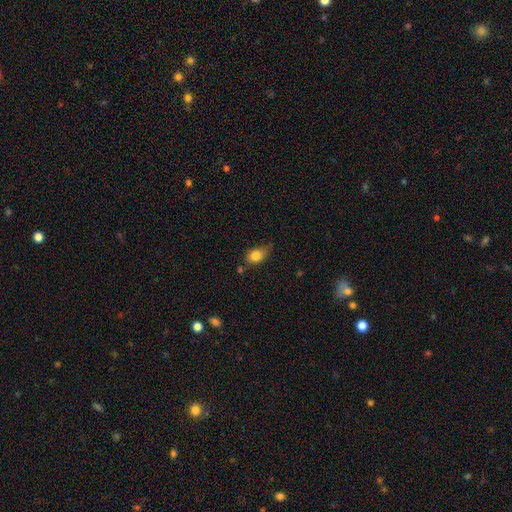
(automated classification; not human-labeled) Smooth or featured? Predicted: smooth (p=0.82). How rounded? Predicted: in between (p=0.67). Merging? Predicted: none (p=0.47).